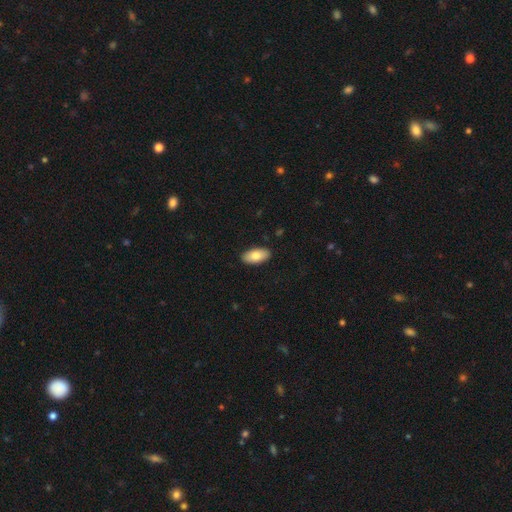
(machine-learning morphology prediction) smooth-or-featured: smooth: 80% | featured or disk: 14% | star or artifact: 6%
  how-rounded: in between: 92% | cigar-shaped: 5% | round: 2%
  merging: none: 90% | minor disturbance: 8% | major disturbance: 2% | merger: 1%